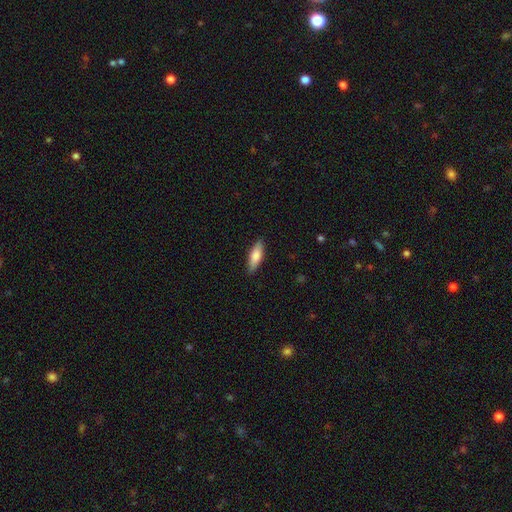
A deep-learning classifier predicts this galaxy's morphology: This appears to be a smooth galaxy with no disk features (78%) that is in between round and cigar-shaped (57%). Merging: none (87%).